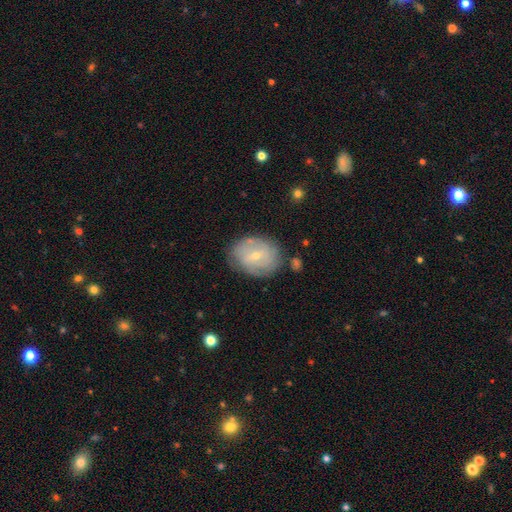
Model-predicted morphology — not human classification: smooth-or-featured: featured or disk: 56% | smooth: 37% | star or artifact: 8%
  disk-edge-on: no: 96% | yes: 4%
    bar: no: 51% | weak: 39% | strong: 9%
    has-spiral-arms: yes: 63% | no: 37%
    bulge-size: small: 69% | moderate: 28% | none: 1% | large: 1% | dominant: 1%
  merging: none: 75% | minor disturbance: 18% | major disturbance: 5% | merger: 3%